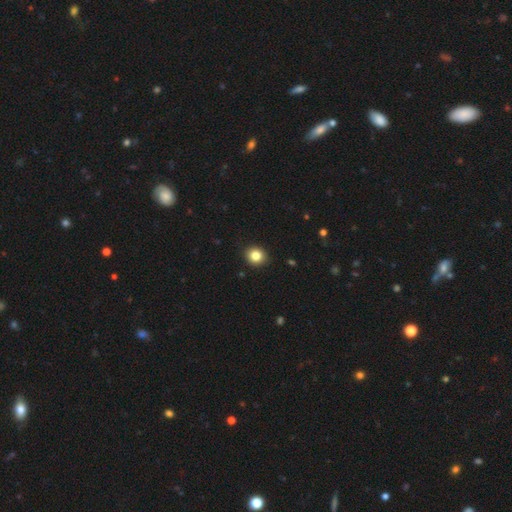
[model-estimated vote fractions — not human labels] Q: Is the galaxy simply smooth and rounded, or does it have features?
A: smooth — 84%.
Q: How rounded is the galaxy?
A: round — 82%.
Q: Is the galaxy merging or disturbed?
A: none — 92%.